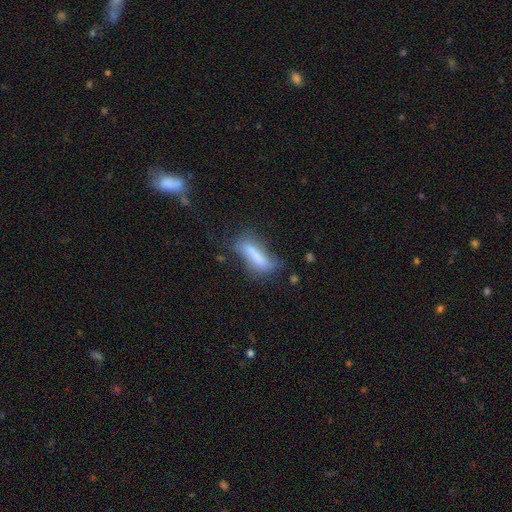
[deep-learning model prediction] Smooth or featured? smooth (67%)
How rounded? cigar-shaped (64%)
Merging? none (50%)